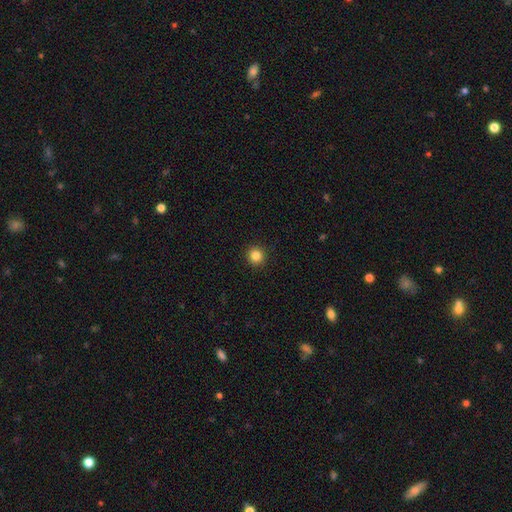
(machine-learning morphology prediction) Smooth or featured? Predicted: smooth (p=0.84). How rounded? Predicted: round (p=0.95). Merging? Predicted: none (p=0.93).